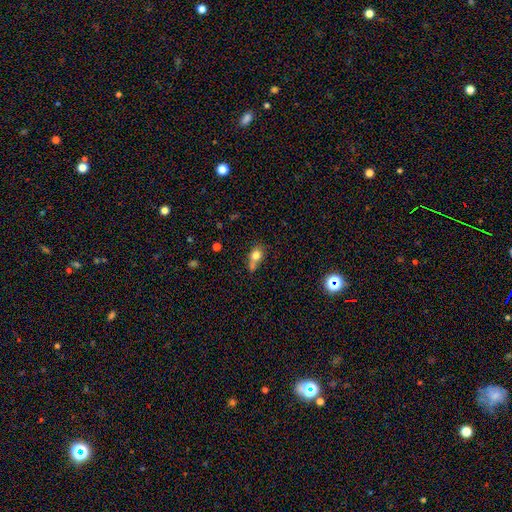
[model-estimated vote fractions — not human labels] smooth_or_featured: smooth (p=0.77) [alt: featured or disk p=0.12]
how_rounded: round (p=0.58) [alt: in between p=0.39]
merging: merger (p=0.39) [alt: none p=0.37]